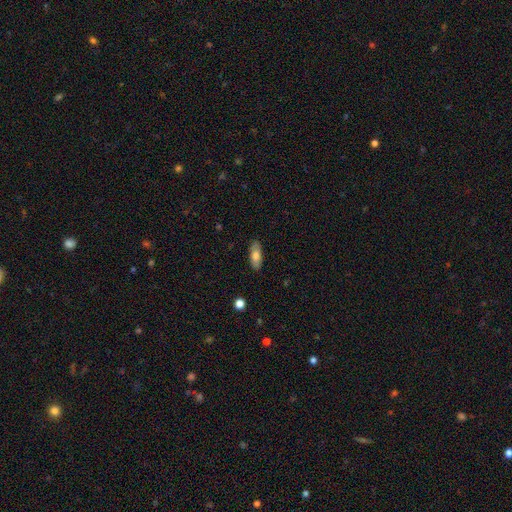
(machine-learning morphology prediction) smooth 72%, featured or disk 22%, star or artifact 7%. Down the decision tree: how rounded — in between (78%); merging — none (86%).